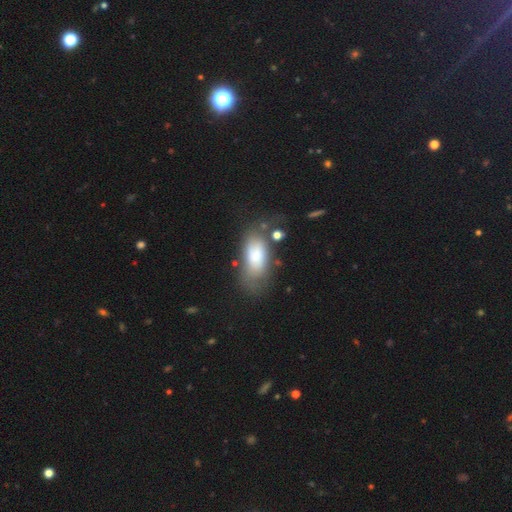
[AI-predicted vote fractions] smooth 70%, featured or disk 23%, star or artifact 7%. Down the decision tree: how rounded — in between (90%); merging — none (44%).